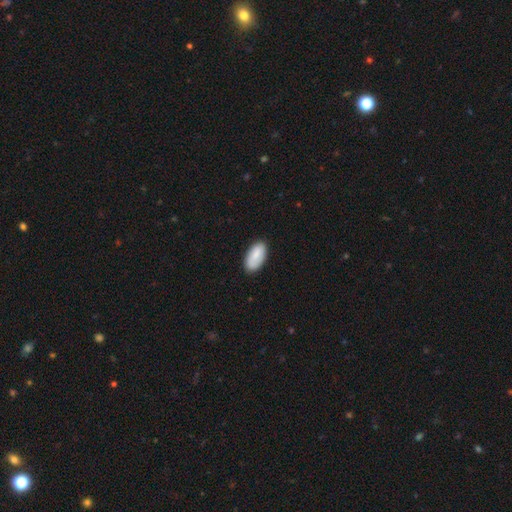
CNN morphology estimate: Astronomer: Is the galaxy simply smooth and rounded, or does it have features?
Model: smooth — 84%.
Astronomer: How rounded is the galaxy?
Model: in between — 95%.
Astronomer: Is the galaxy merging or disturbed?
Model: none — 84%.